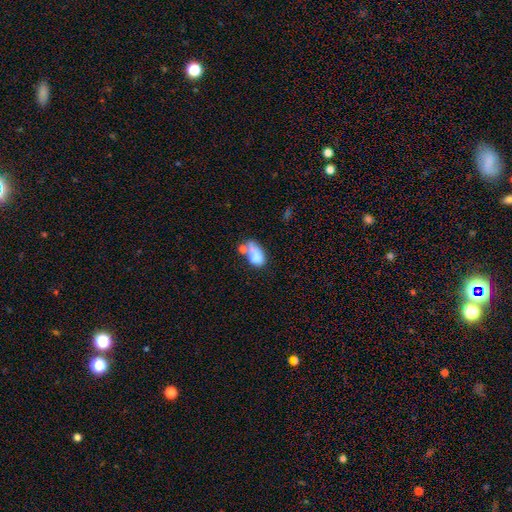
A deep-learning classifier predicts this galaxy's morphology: Smooth or featured?
  - smooth: 71% *
  - featured or disk: 19%
  - star or artifact: 10%
How rounded?
  - in between: 88% *
  - round: 9%
  - cigar-shaped: 3%
Merging?
  - merger: 38% *
  - none: 25%
  - minor disturbance: 19%
  - major disturbance: 17%